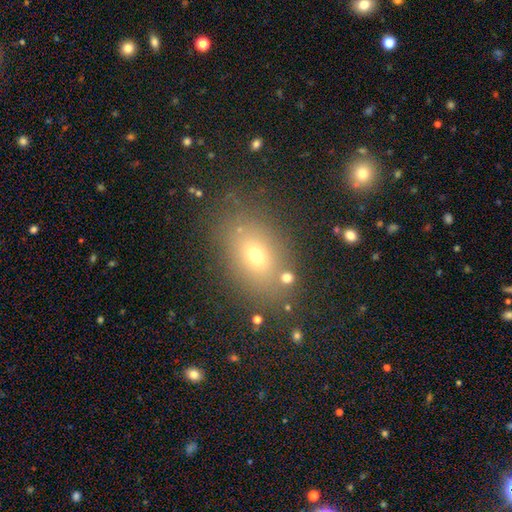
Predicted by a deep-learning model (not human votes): smooth-or-featured: smooth: 65% | star or artifact: 21% | featured or disk: 14%
  how-rounded: in between: 79% | round: 18% | cigar-shaped: 3%
  merging: none: 82% | minor disturbance: 10% | merger: 4% | major disturbance: 4%